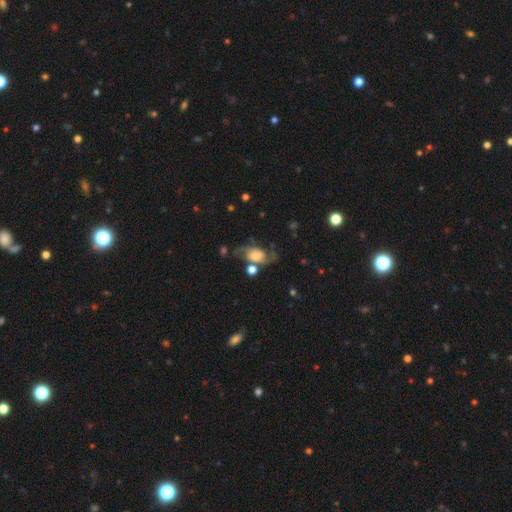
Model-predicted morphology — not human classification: smooth_or_featured: featured or disk (p=0.72) [alt: smooth p=0.20]
disk_edge_on: no (p=0.96) [alt: yes p=0.04]
bar: no (p=0.59) [alt: weak p=0.33]
has_spiral_arms: yes (p=0.93) [alt: no p=0.07]
spiral_winding: medium (p=0.44) [alt: loose p=0.42]
spiral_arm_count: 2 (p=0.89) [alt: can't tell p=0.04]
bulge_size: large (p=0.29) [alt: small p=0.26]
merging: none (p=0.55) [alt: minor disturbance p=0.20]